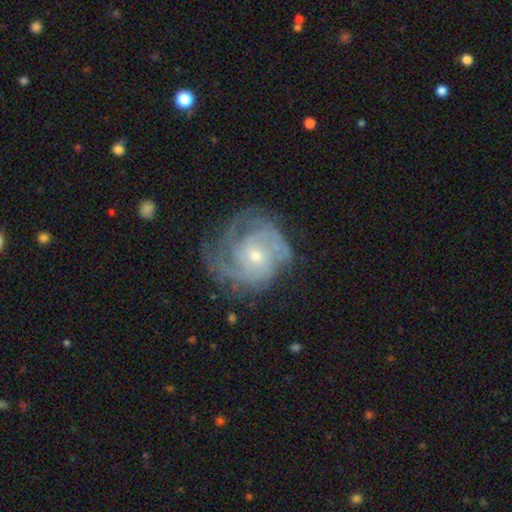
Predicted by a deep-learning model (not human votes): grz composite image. It shows a featured or disk galaxy (82%) with no bar (71%), tight (59%) spiral arms (92%) and a small central bulge (58%). Merging: none (60%).